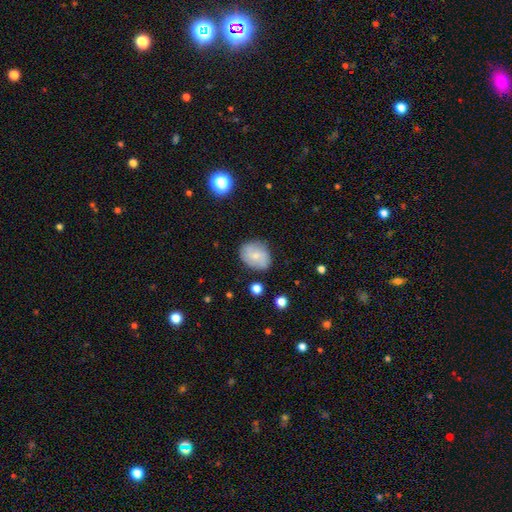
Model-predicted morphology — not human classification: Smooth or featured? Predicted: smooth (p=0.63). How rounded? Predicted: round (p=0.60). Merging? Predicted: none (p=0.78).